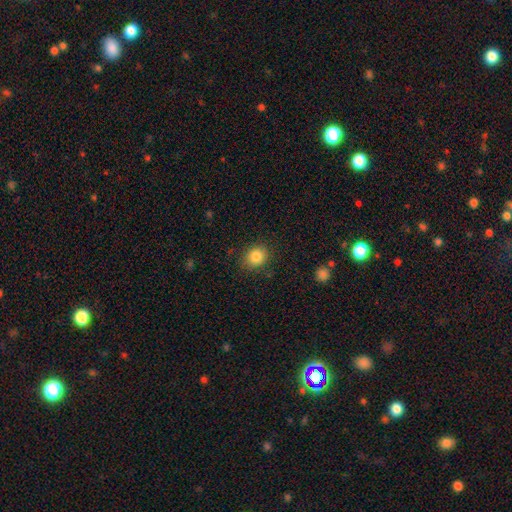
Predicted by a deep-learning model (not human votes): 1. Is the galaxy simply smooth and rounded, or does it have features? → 85% smooth, 10% star or artifact, 5% featured or disk.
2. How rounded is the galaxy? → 72% round, 27% in between, 1% cigar-shaped.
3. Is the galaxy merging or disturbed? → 85% none, 11% minor disturbance, 3% major disturbance, 1% merger.